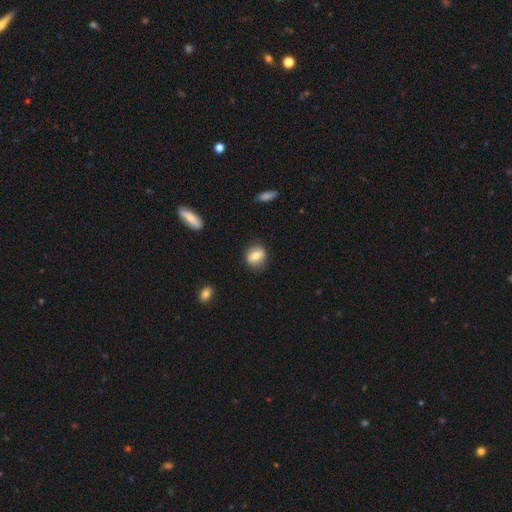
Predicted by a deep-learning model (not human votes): Smooth or featured?
  - smooth: 66% *
  - featured or disk: 26%
  - star or artifact: 8%
How rounded?
  - round: 59% *
  - in between: 38%
  - cigar-shaped: 2%
Merging?
  - none: 83% *
  - minor disturbance: 12%
  - major disturbance: 3%
  - merger: 2%